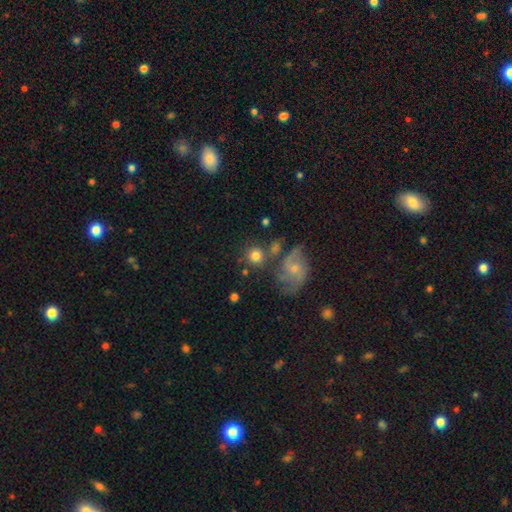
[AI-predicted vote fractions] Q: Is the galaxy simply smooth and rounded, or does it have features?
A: smooth — 71%.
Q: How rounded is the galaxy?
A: round — 89%.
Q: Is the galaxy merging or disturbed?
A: none — 65%.